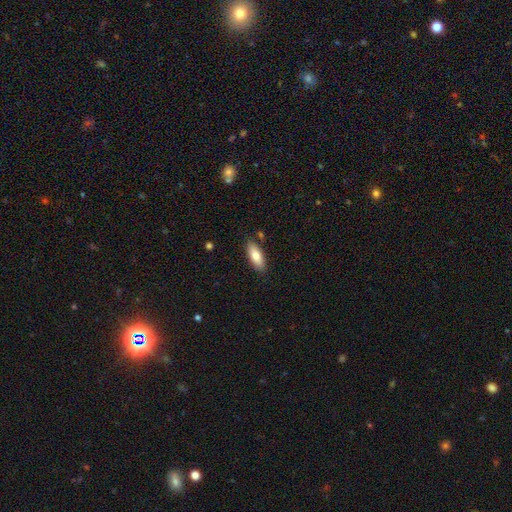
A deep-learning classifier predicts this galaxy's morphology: This appears to be a smooth galaxy with no disk features (75%) that is in between round and cigar-shaped (71%). Merging: none (84%).